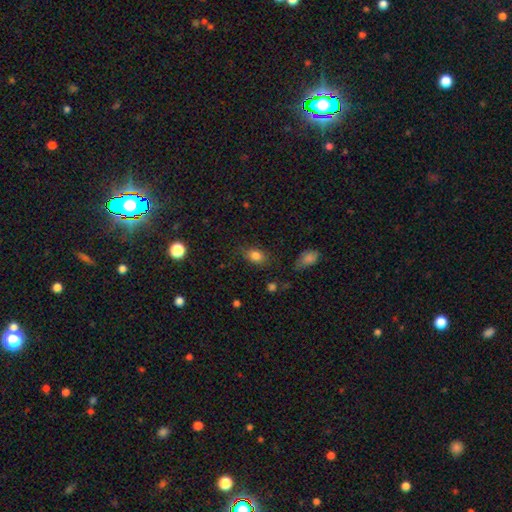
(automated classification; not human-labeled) Smooth or featured? Predicted: smooth (p=0.83). How rounded? Predicted: in between (p=0.76). Merging? Predicted: none (p=0.76).